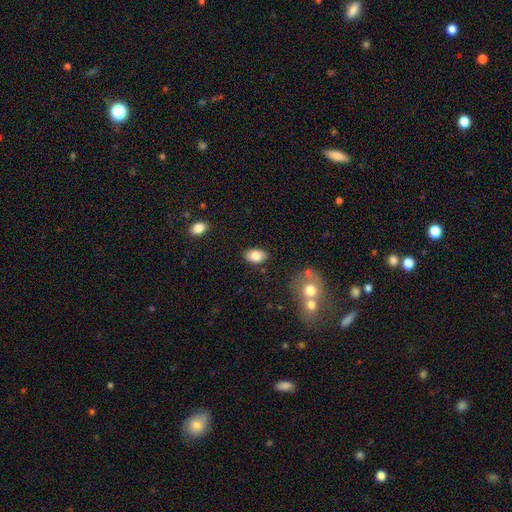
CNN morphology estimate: smooth-or-featured: smooth: 84% | featured or disk: 8% | star or artifact: 8%
  how-rounded: in between: 88% | round: 11% | cigar-shaped: 1%
  merging: none: 85% | minor disturbance: 10% | major disturbance: 3% | merger: 2%